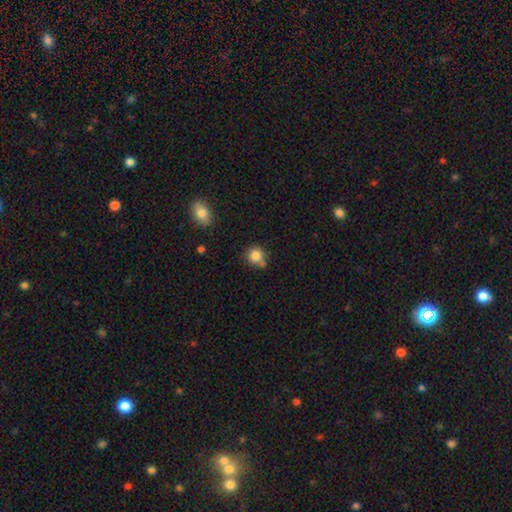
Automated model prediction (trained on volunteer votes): Smooth or featured? Predicted: smooth (p=0.83). How rounded? Predicted: round (p=0.87). Merging? Predicted: none (p=0.59).